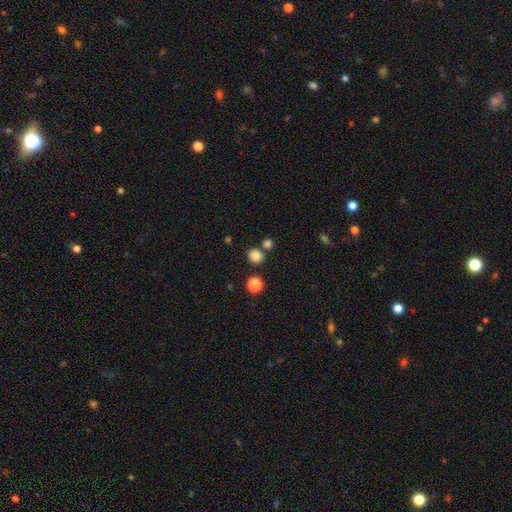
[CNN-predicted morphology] Smooth or featured: smooth — 84% (star or artifact — 13%)
How rounded: round — 83% (in between — 16%)
Merging: none — 76% (merger — 13%)